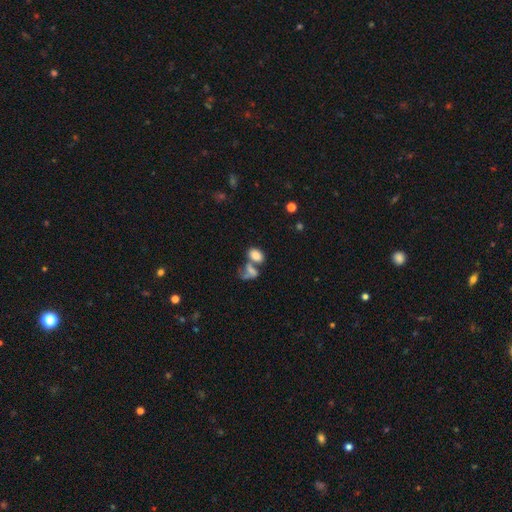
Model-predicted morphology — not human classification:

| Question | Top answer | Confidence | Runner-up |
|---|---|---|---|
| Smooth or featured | smooth | 79% | featured or disk (12%) |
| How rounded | in between | 87% | round (11%) |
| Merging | merger | 52% | none (30%) |